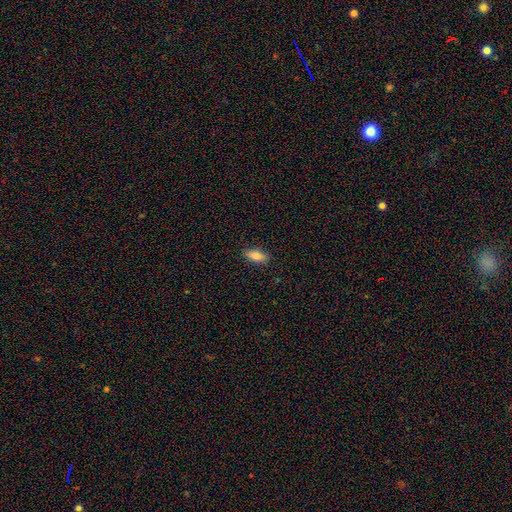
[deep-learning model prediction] This appears to be a smooth galaxy with no disk features (85%) that is in between round and cigar-shaped (82%). Merging: none (88%).